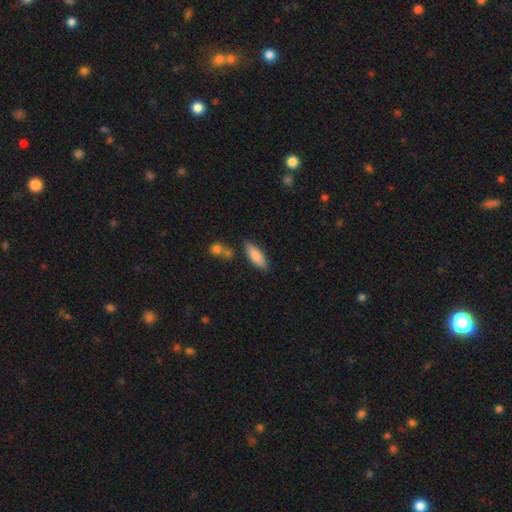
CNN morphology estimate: A smooth galaxy with no disk features (82%) that is in between round and cigar-shaped (57%). Merging: none (79%).